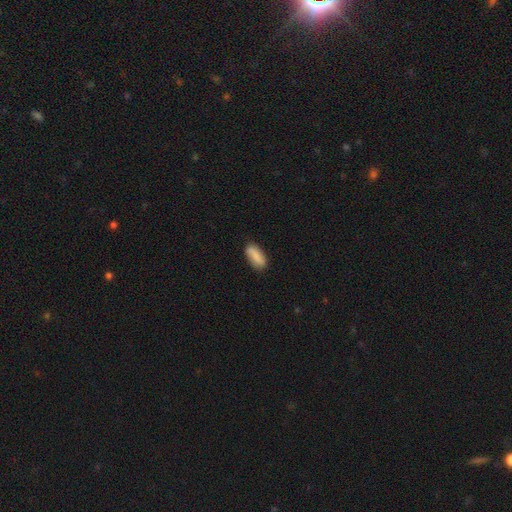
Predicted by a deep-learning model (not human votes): A smooth galaxy with no disk features (84%) that is in between round and cigar-shaped (79%). Merging: none (82%).